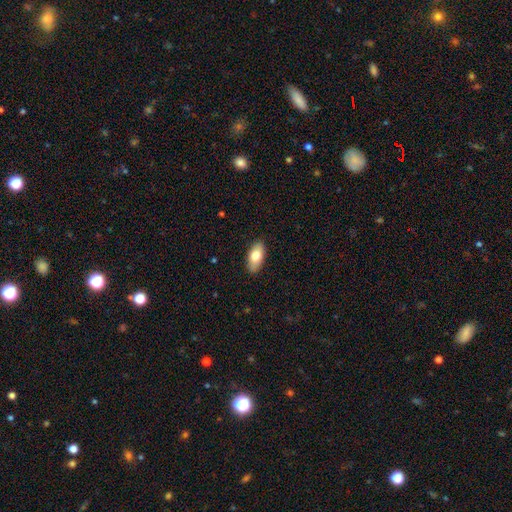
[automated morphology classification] Smooth or featured? Predicted: smooth (p=0.78). How rounded? Predicted: in between (p=0.90). Merging? Predicted: none (p=0.89).